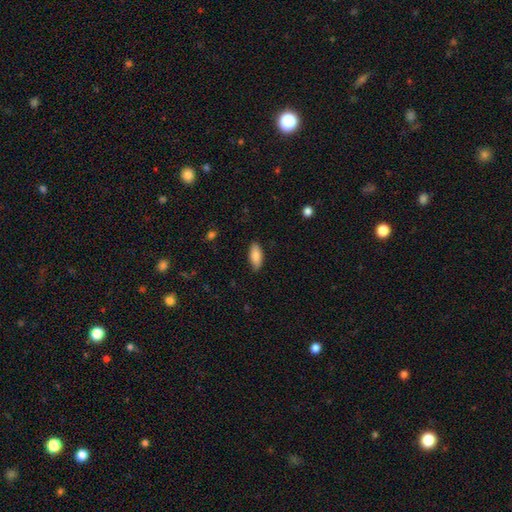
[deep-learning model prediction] Overall: smooth (87%). How rounded: in between (82%). Merging: none (86%).